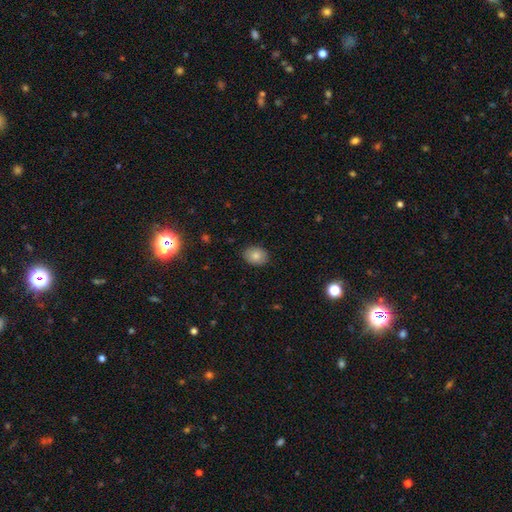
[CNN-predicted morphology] Smooth or featured: smooth — 82% (star or artifact — 9%)
How rounded: in between — 63% (round — 36%)
Merging: none — 87% (minor disturbance — 10%)